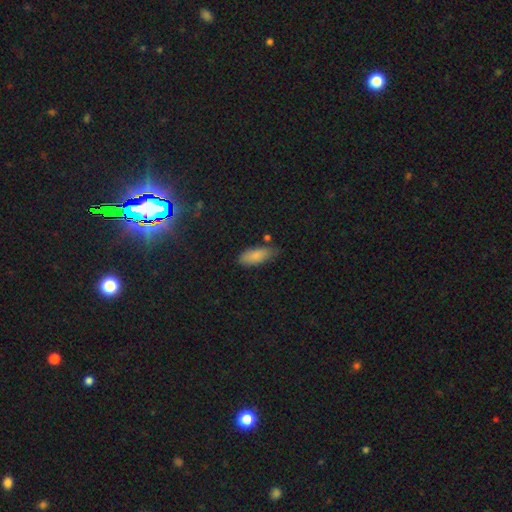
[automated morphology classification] A smooth galaxy with no disk features (84%) that is in between round and cigar-shaped (78%).

Vote fractions:
- Smooth or featured? smooth: 84% / featured or disk: 8% / star or artifact: 8%
- How rounded? in between: 78% / cigar-shaped: 20% / round: 2%
- Merging? none: 69% / minor disturbance: 24% / major disturbance: 4% / merger: 4%